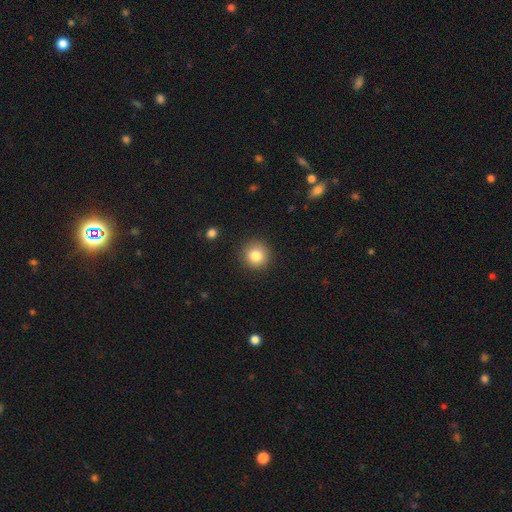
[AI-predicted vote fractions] smooth 82%, star or artifact 11%, featured or disk 8%. Down the decision tree: how rounded — round (93%); merging — none (90%).